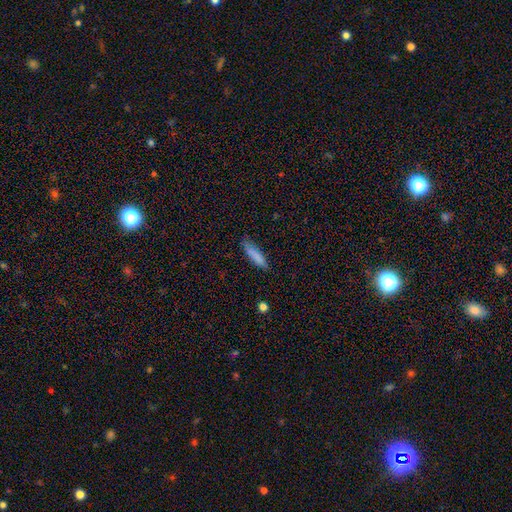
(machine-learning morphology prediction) Overall: smooth (83%). How rounded: cigar-shaped (78%). Merging: none (77%).